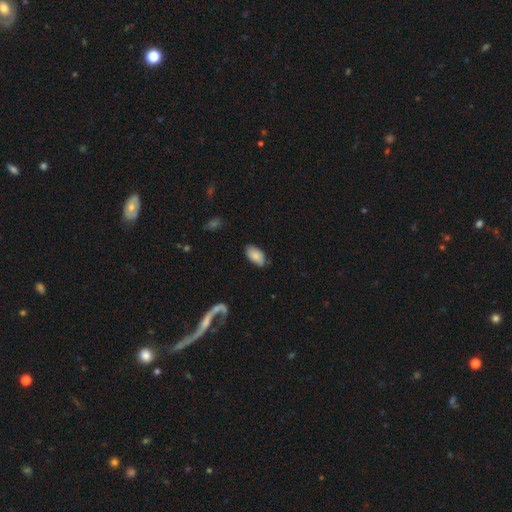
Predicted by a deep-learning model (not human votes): The model was most divided on "merging": none: 77%, minor disturbance: 18%, major disturbance: 4%, merger: 2%. More confident: how rounded — in between (95%); smooth or featured — smooth (83%).